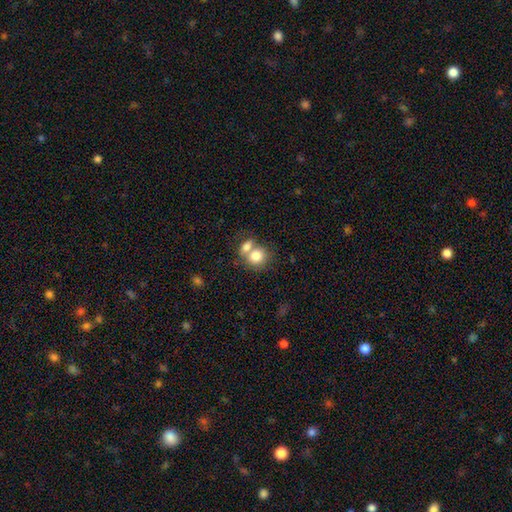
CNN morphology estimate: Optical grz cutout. It shows a smooth galaxy with no disk features (79%) that is round (71%). Merging: merger (55%).